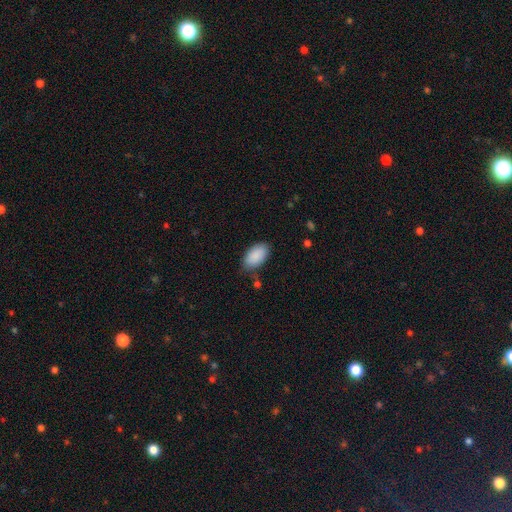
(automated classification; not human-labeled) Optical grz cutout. It shows a smooth galaxy with no disk features (90%) that is in between round and cigar-shaped (95%). Merging: none (80%).